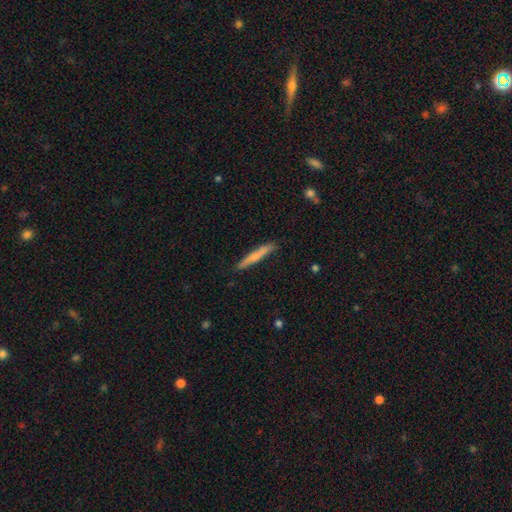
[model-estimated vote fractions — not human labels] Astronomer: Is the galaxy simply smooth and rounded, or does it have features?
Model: smooth — 63%.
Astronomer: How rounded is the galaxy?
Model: cigar-shaped — 96%.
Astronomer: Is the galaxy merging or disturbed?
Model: none — 87%.